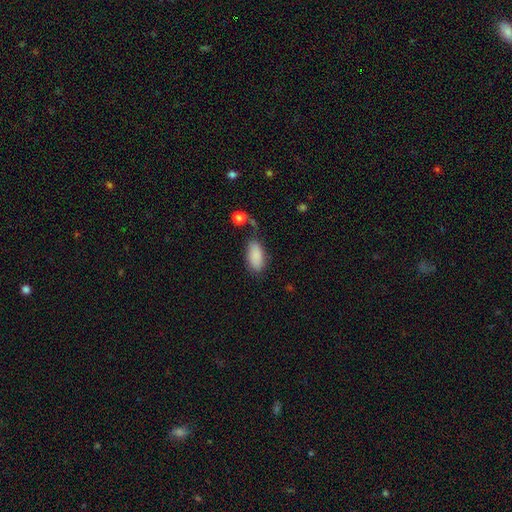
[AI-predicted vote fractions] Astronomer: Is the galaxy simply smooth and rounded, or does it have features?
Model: smooth — 88%.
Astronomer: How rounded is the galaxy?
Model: in between — 92%.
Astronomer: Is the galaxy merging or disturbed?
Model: none — 65%.